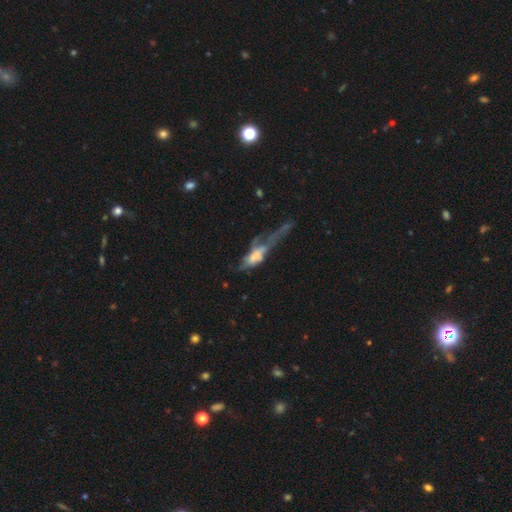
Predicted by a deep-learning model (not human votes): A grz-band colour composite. It shows a featured or disk galaxy (50%). Merging: major disturbance (61%).